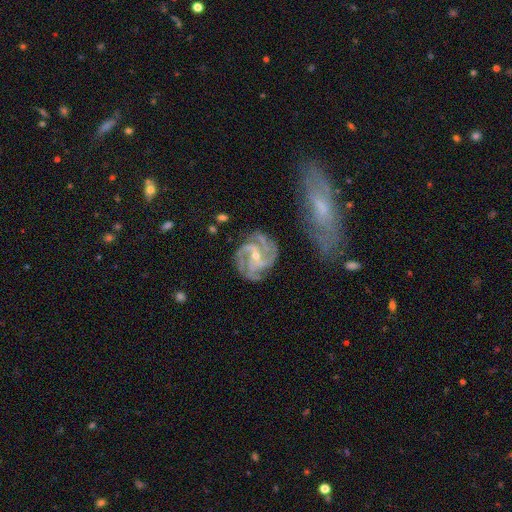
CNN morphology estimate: Smooth or featured?
  - featured or disk: 90% *
  - star or artifact: 6%
  - smooth: 5%
Edge-on disk?
  - no: 97% *
  - yes: 3%
Bar?
  - no: 44% *
  - weak: 38%
  - strong: 18%
Spiral arms?
  - yes: 98% *
  - no: 2%
Spiral winding?
  - tight: 48% *
  - medium: 43%
  - loose: 8%
Spiral arm count?
  - 3: 41% *
  - 4: 23%
  - 2: 16%
  - can't tell: 10%
  - more than 4: 5%
  - 1: 5%
Bulge size?
  - small: 67% *
  - moderate: 30%
  - none: 2%
  - large: 1%
  - dominant: 1%
Merging?
  - none: 71% *
  - minor disturbance: 18%
  - major disturbance: 7%
  - merger: 4%